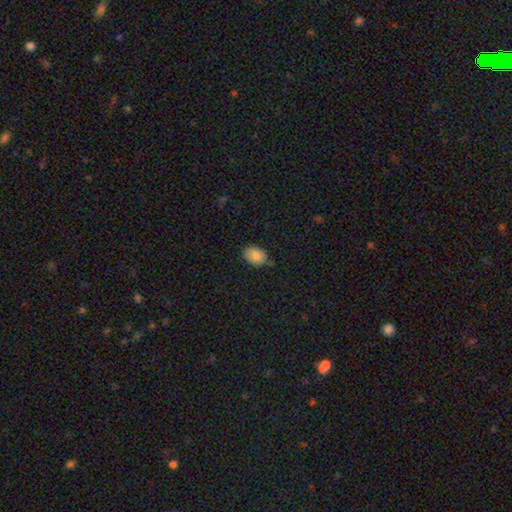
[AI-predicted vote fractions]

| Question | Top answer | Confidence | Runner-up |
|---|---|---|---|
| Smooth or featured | smooth | 87% | star or artifact (8%) |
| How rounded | in between | 81% | round (18%) |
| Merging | none | 71% | minor disturbance (24%) |